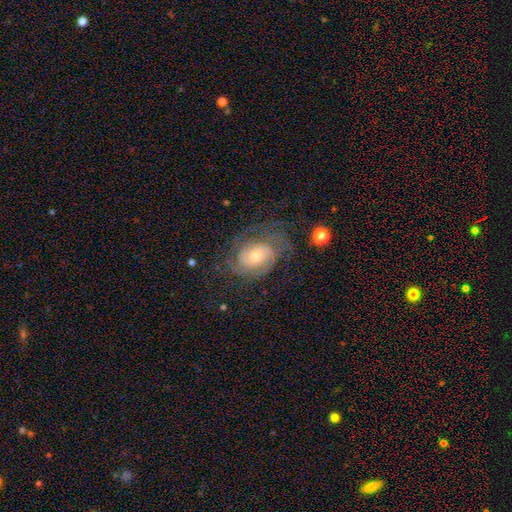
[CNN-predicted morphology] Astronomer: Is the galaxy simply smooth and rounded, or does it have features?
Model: featured or disk — 78%.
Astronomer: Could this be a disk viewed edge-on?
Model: no — 97%.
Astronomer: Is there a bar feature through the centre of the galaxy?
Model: no — 70%.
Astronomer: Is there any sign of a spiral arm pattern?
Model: yes — 91%.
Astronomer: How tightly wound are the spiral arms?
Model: tight — 56% (runner-up: medium, 33%).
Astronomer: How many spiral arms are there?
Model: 2 — 35% (runner-up: can't tell, 34%).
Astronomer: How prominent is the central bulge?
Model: moderate — 47% (runner-up: small, 45%).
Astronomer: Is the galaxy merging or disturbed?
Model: none — 62%.